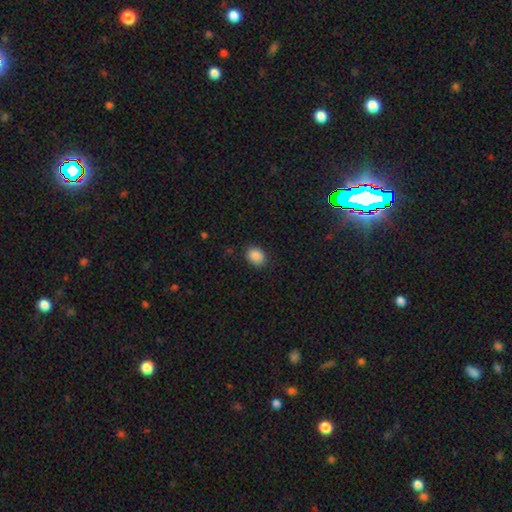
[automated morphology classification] smooth 88%, star or artifact 9%, featured or disk 3%. Down the decision tree: how rounded — in between (61%); merging — none (84%).